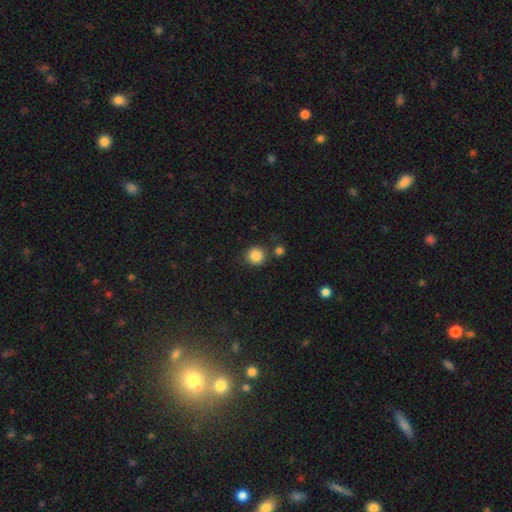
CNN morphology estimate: This is clearly a smooth galaxy (86%). How rounded: clearly round (93%). Merging: clearly none (83%).